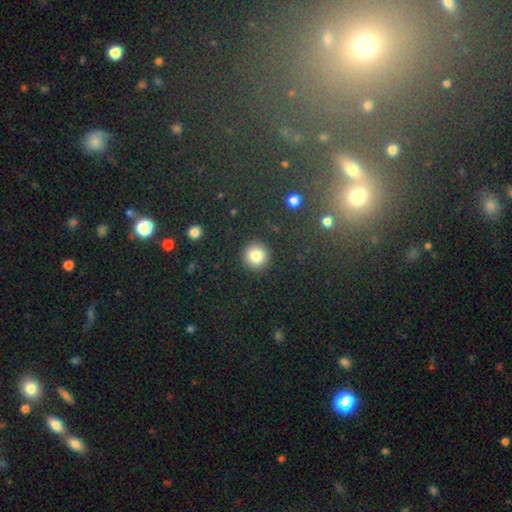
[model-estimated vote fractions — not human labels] Smooth or featured: smooth — 82% (star or artifact — 11%)
How rounded: round — 94% (in between — 5%)
Merging: none — 91% (minor disturbance — 5%)